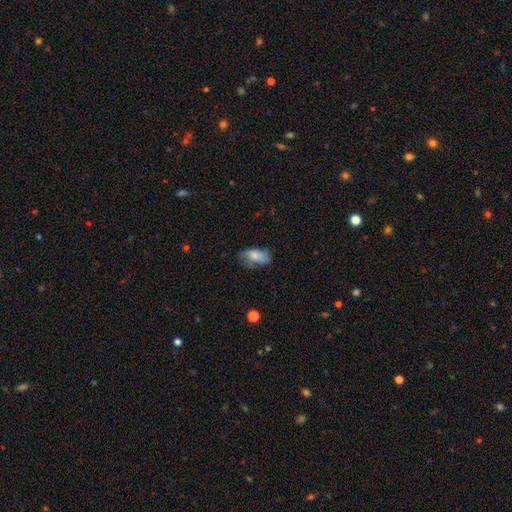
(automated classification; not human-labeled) Smooth or featured? Predicted: smooth (p=0.75). How rounded? Predicted: in between (p=0.89). Merging? Predicted: none (p=0.58).